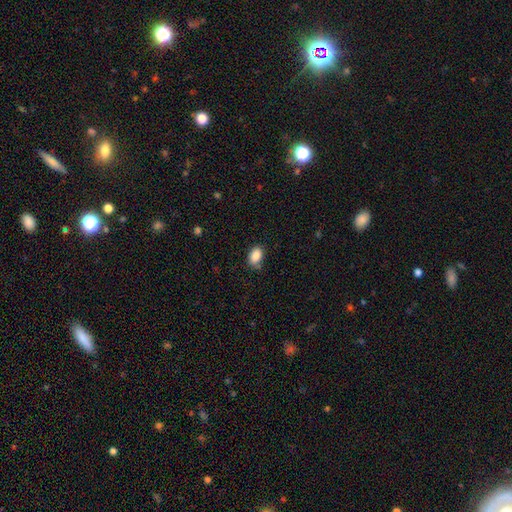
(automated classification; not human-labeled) A smooth galaxy with no disk features (88%) that is in between round and cigar-shaped (87%).

Vote fractions:
- Smooth or featured? smooth: 88% / star or artifact: 8% / featured or disk: 4%
- How rounded? in between: 87% / round: 11% / cigar-shaped: 1%
- Merging? none: 70% / minor disturbance: 23% / major disturbance: 5% / merger: 2%